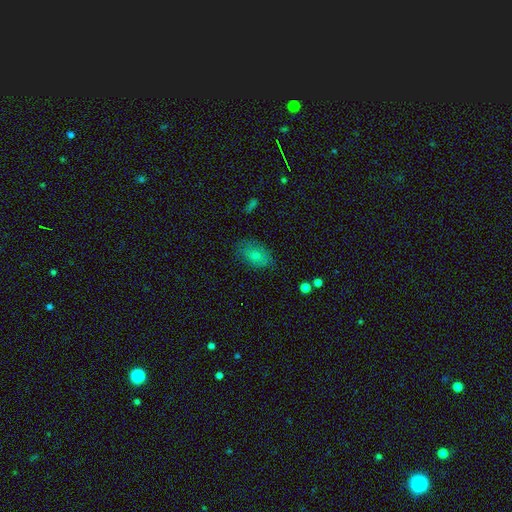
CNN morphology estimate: This appears to be a smooth galaxy with no disk features (69%) that is in between round and cigar-shaped (85%). Merging: none (80%).